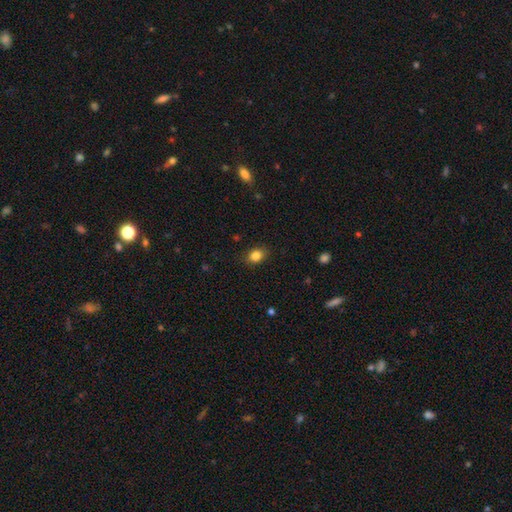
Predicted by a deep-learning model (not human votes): smooth 84%, star or artifact 10%, featured or disk 6%. Down the decision tree: how rounded — in between (56%); merging — none (85%).